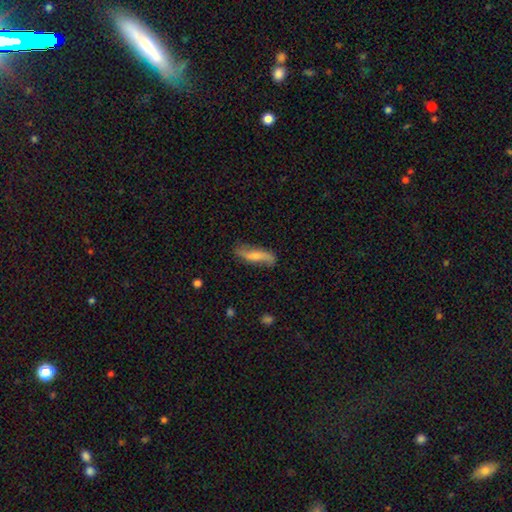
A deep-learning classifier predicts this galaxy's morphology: Smooth or featured? Predicted: featured or disk (p=0.52). Edge-on disk? Predicted: no (p=0.72). Merging? Predicted: none (p=0.68).